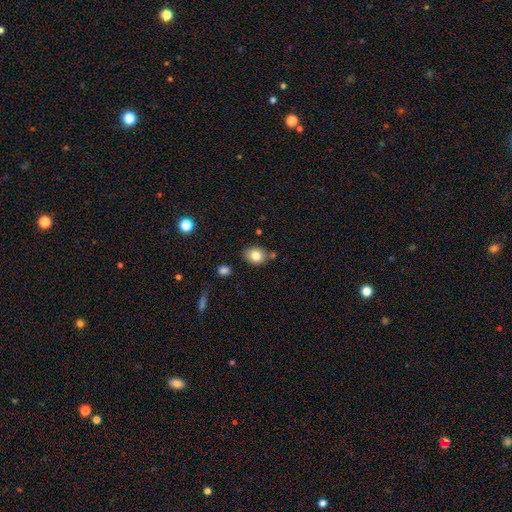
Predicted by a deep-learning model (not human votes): smooth 81%, star or artifact 10%, featured or disk 9%. Down the decision tree: how rounded — in between (50%); merging — none (77%).